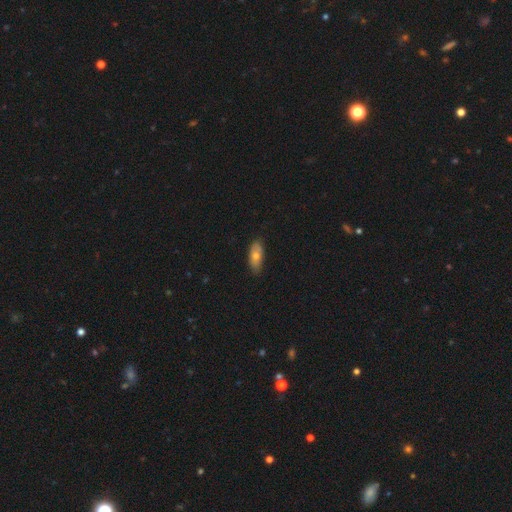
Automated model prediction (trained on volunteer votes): Smooth or featured? Predicted: smooth (p=0.67). How rounded? Predicted: in between (p=0.81). Merging? Predicted: none (p=0.77).